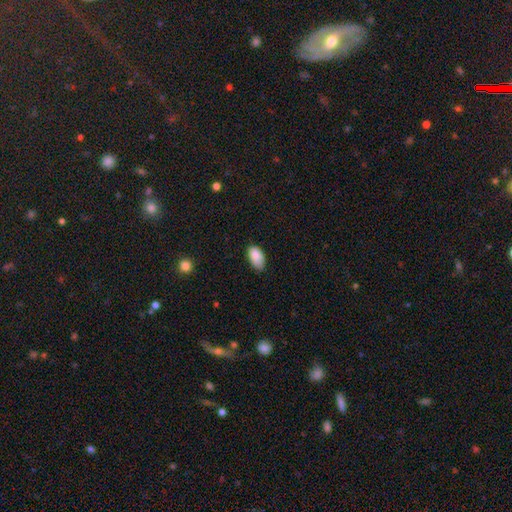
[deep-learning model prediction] smooth-or-featured: smooth: 87% | star or artifact: 8% | featured or disk: 6%
  how-rounded: in between: 94% | round: 4% | cigar-shaped: 2%
  merging: none: 60% | minor disturbance: 33% | major disturbance: 5% | merger: 2%